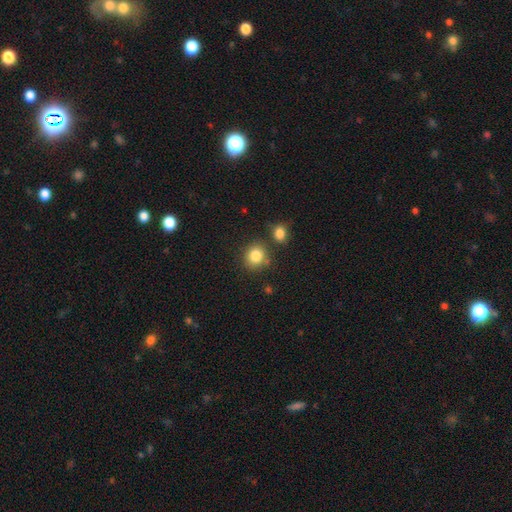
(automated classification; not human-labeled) smooth_or_featured: smooth (p=0.83) [alt: star or artifact p=0.10]
how_rounded: round (p=0.78) [alt: in between p=0.21]
merging: none (p=0.75) [alt: merger p=0.11]